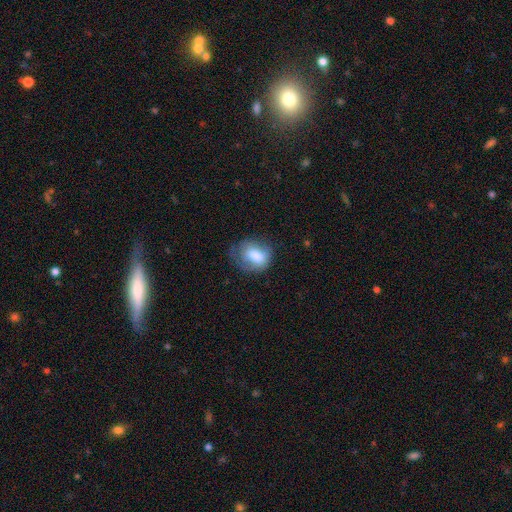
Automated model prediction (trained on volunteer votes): Smooth or featured: smooth — 74% (featured or disk — 18%)
How rounded: in between — 56% (round — 43%)
Merging: none — 47% (minor disturbance — 32%)